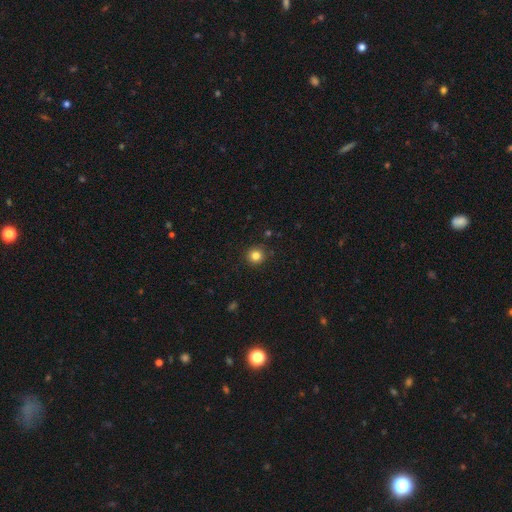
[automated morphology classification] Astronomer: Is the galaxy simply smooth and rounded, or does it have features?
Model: smooth — 83%.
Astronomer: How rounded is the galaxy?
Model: round — 94%.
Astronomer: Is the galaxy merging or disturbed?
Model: none — 91%.